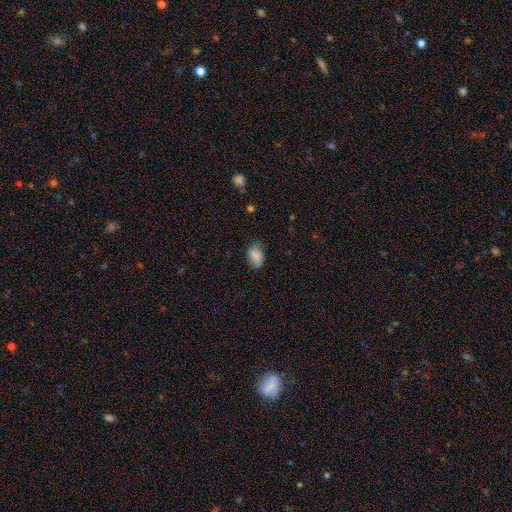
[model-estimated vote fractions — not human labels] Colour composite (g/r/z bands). It shows a smooth galaxy with no disk features (83%) that is in between round and cigar-shaped (88%). Merging: none (65%).